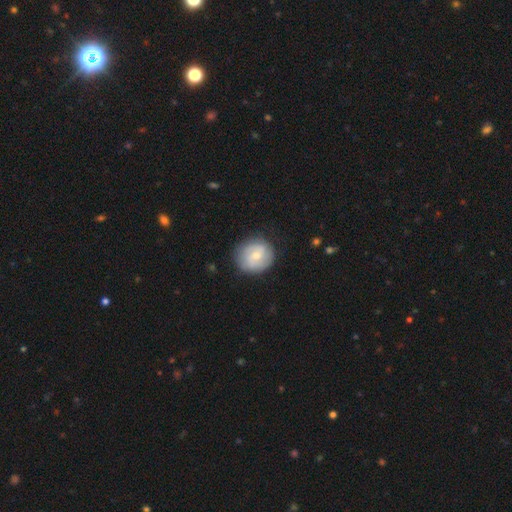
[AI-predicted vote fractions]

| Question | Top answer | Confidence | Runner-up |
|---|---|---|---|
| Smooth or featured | smooth | 54% | featured or disk (40%) |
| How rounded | round | 81% | in between (18%) |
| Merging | none | 80% | minor disturbance (14%) |